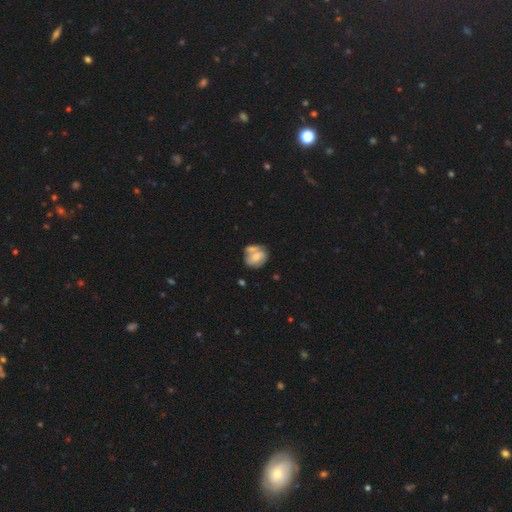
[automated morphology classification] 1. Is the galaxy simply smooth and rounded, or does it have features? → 50% smooth, 43% featured or disk, 7% star or artifact.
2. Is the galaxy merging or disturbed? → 43% none, 30% merger, 19% minor disturbance, 8% major disturbance.